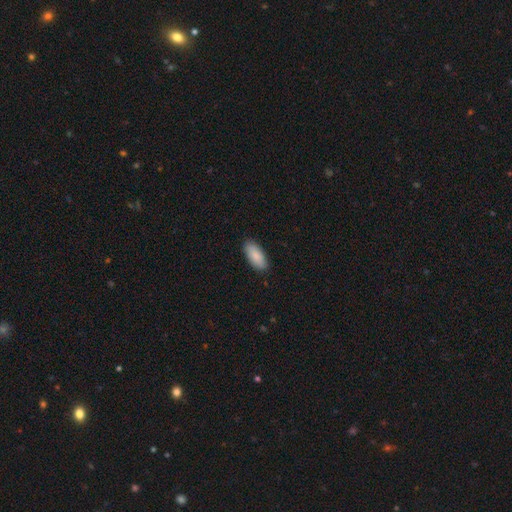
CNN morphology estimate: The model was most divided on "how rounded": in between: 86%, cigar-shaped: 12%, round: 2%. More confident: smooth or featured — smooth (89%); merging — none (88%).